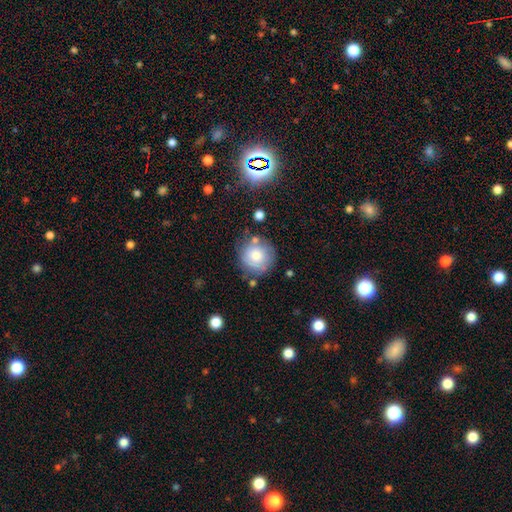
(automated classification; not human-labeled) Smooth or featured? smooth (75%)
How rounded? round (92%)
Merging? none (69%)